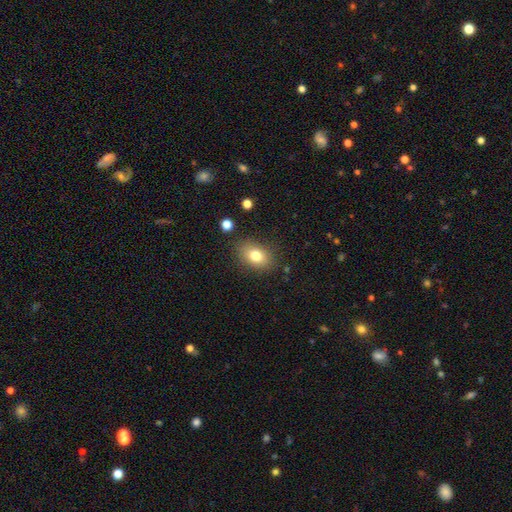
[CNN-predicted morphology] smooth_or_featured: smooth (p=0.78) [alt: featured or disk p=0.12]
how_rounded: in between (p=0.79) [alt: round p=0.20]
merging: none (p=0.83) [alt: minor disturbance p=0.12]